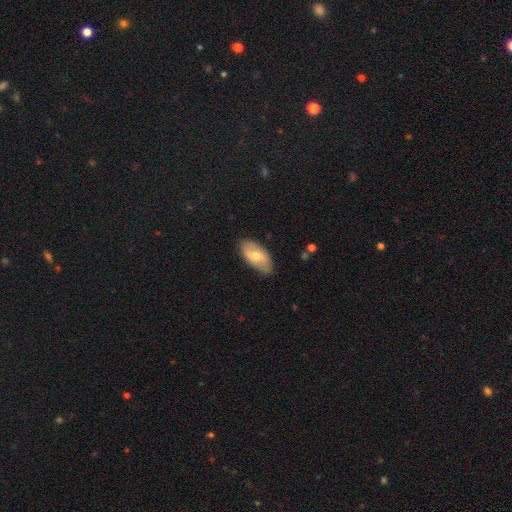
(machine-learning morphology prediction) smooth-or-featured: smooth: 57% | featured or disk: 38% | star or artifact: 6%
  how-rounded: in between: 93% | cigar-shaped: 4% | round: 3%
  merging: none: 82% | minor disturbance: 14% | major disturbance: 3% | merger: 1%